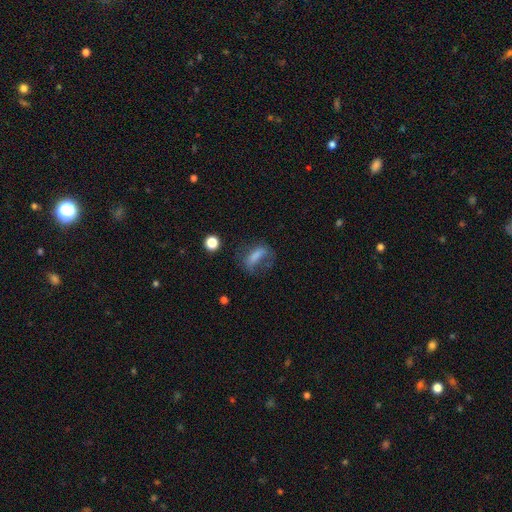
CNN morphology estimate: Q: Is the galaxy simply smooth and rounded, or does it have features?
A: smooth — 55%.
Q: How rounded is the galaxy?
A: in between — 55%.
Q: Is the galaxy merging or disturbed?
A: none — 47%.